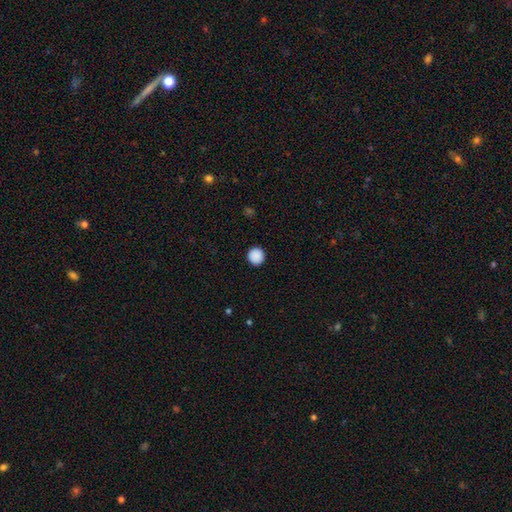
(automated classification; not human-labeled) smooth 89%, star or artifact 8%, featured or disk 3%. Down the decision tree: how rounded — round (95%); merging — none (92%).